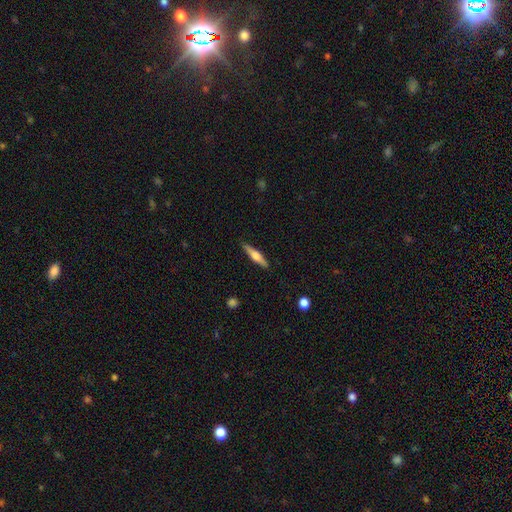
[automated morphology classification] Smooth or featured? featured or disk (56%)
Edge-on disk? yes (97%)
Edge-on bulge? rounded (87%)
Merging? none (89%)